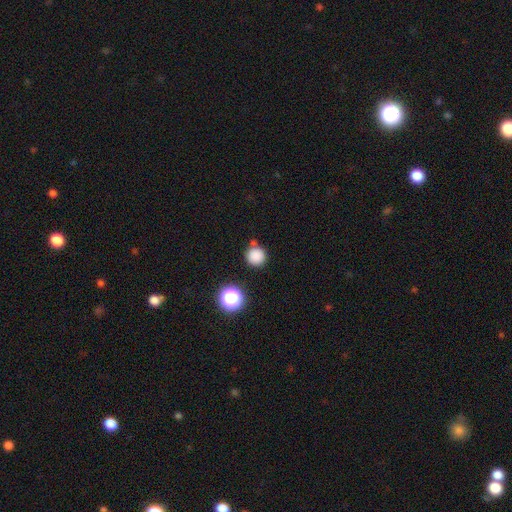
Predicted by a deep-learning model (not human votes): Overall: smooth (84%). How rounded: round (95%). Merging: none (79%).